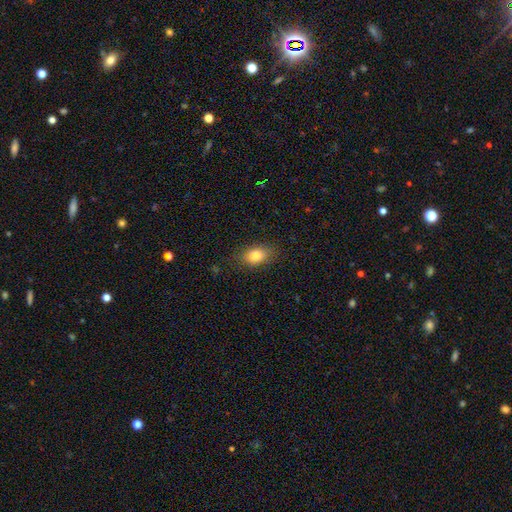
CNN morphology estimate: Smooth or featured: smooth — 82% (featured or disk — 9%)
How rounded: in between — 81% (round — 17%)
Merging: none — 82% (minor disturbance — 13%)